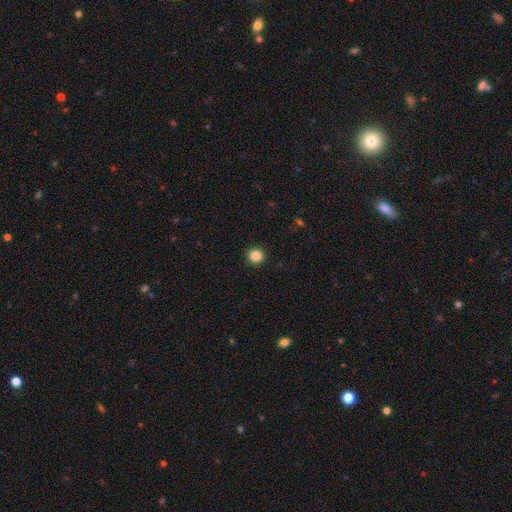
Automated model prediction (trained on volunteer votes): smooth_or_featured: smooth (p=0.84) [alt: star or artifact p=0.11]
how_rounded: round (p=0.94) [alt: in between p=0.05]
merging: none (p=0.93) [alt: minor disturbance p=0.04]